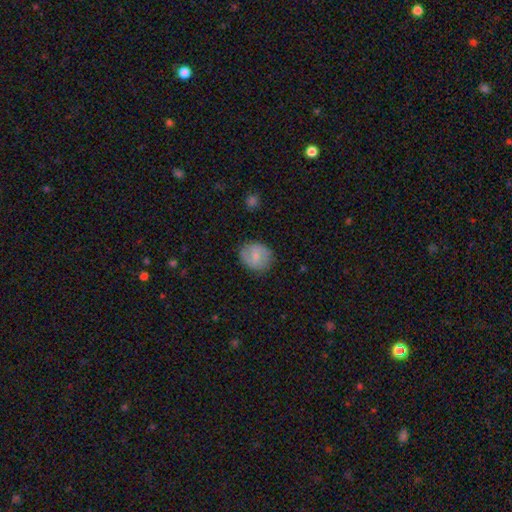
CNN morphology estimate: smooth-or-featured: smooth: 48% | featured or disk: 46% | star or artifact: 7%
  merging: none: 81% | minor disturbance: 14% | major disturbance: 4% | merger: 1%